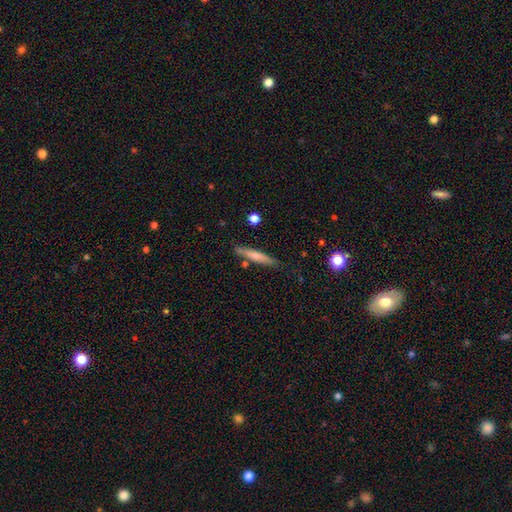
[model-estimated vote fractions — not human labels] Q: Smooth or featured?
A: smooth (60%); runner-up: featured or disk (34%)
Q: How rounded?
A: cigar-shaped (90%); runner-up: in between (8%)
Q: Merging?
A: none (78%); runner-up: minor disturbance (14%)